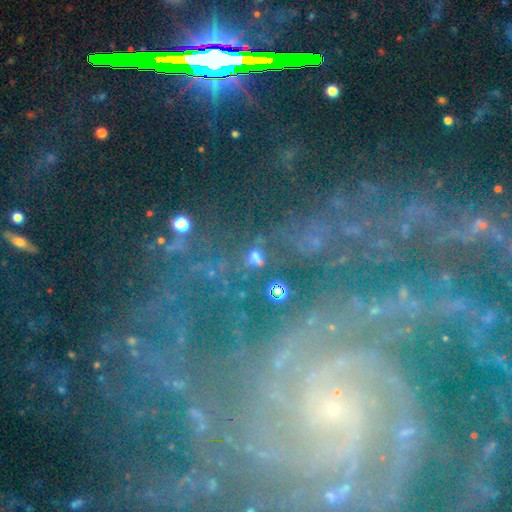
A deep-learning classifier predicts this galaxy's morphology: Q: Smooth or featured?
A: star or artifact (47%); runner-up: featured or disk (28%)